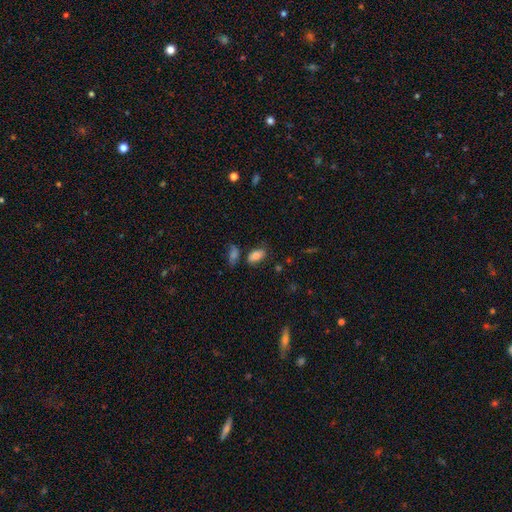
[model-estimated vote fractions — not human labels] Smooth or featured: smooth — 80% (featured or disk — 10%)
How rounded: in between — 91% (round — 6%)
Merging: none — 67% (minor disturbance — 18%)